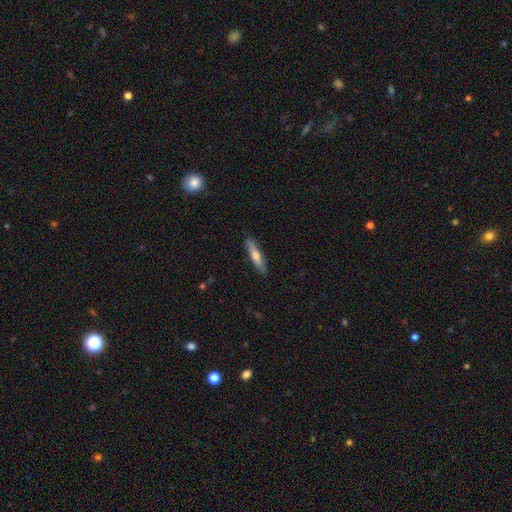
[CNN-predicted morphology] smooth 58%, featured or disk 36%, star or artifact 6%. Down the decision tree: how rounded — cigar-shaped (82%); merging — none (87%).